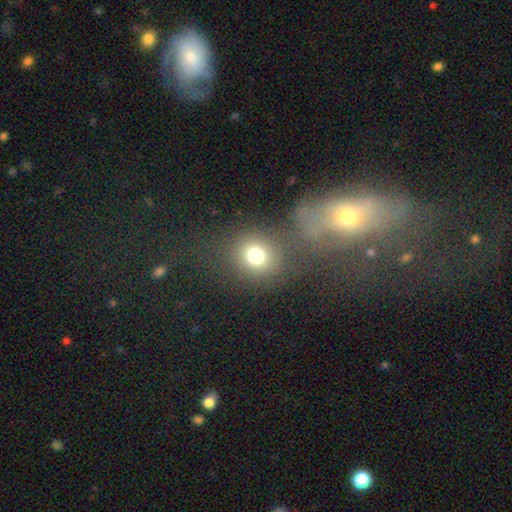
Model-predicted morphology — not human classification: Overall: smooth (76%). How rounded: round (83%). Merging: none (68%).